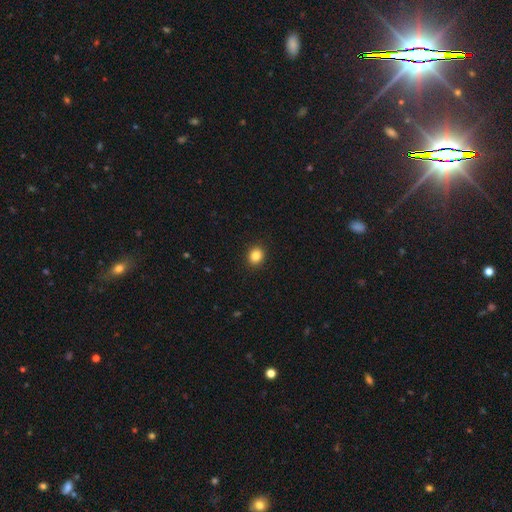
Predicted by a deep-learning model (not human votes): Morphology: type=smooth (85%); roundness=round (73%); merging=none (92%).